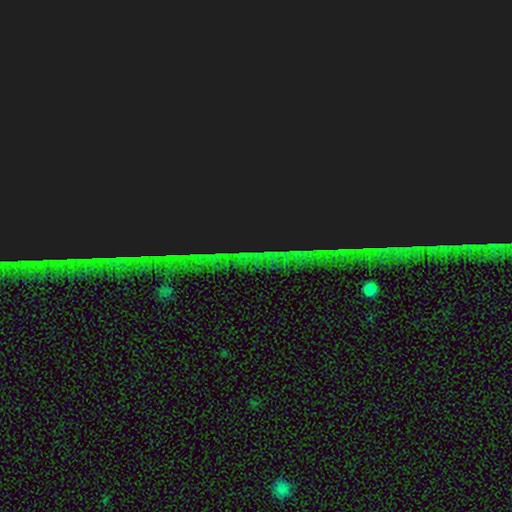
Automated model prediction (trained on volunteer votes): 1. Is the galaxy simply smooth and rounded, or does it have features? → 86% star or artifact, 7% smooth, 7% featured or disk.